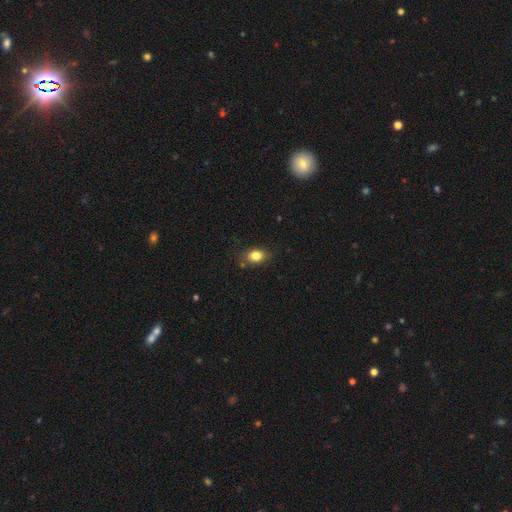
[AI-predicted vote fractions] The model was most divided on "how rounded": in between: 70%, round: 28%, cigar-shaped: 1%. More confident: smooth or featured — smooth (83%); merging — none (79%).